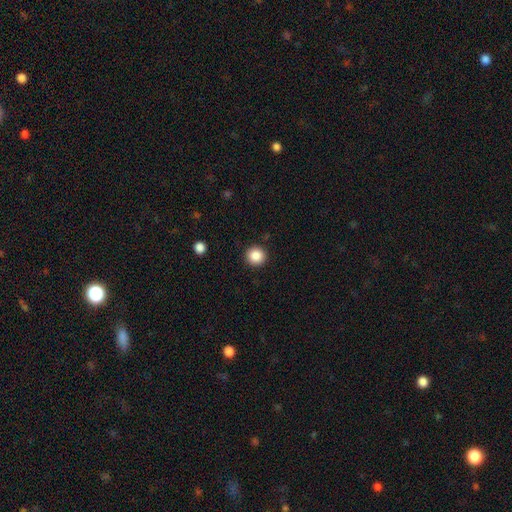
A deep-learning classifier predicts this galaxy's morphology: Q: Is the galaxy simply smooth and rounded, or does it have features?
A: smooth — 87%.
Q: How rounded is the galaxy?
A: round — 93%.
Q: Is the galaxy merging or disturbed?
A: none — 92%.